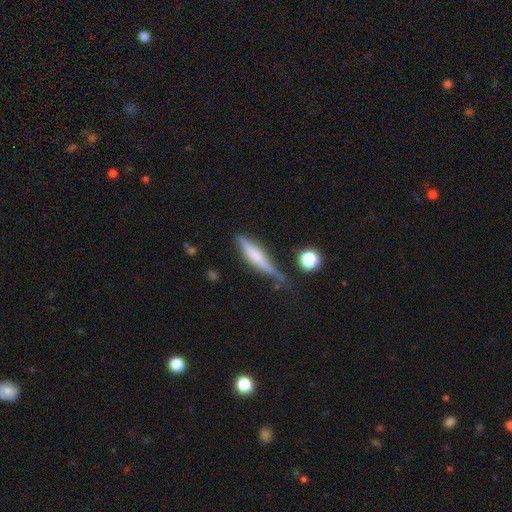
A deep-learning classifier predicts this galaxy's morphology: A smooth galaxy with no disk features (49%).

Vote fractions:
- Smooth or featured? smooth: 49% / featured or disk: 43% / star or artifact: 8%
- Merging? none: 55% / minor disturbance: 29% / major disturbance: 10% / merger: 6%